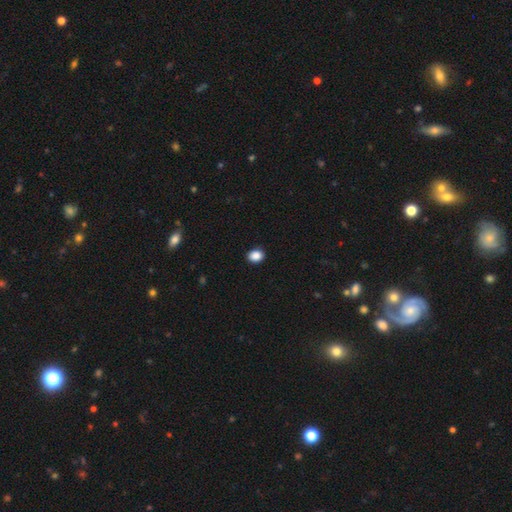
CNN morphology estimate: Smooth or featured? smooth (89%)
How rounded? in between (55%)
Merging? none (91%)